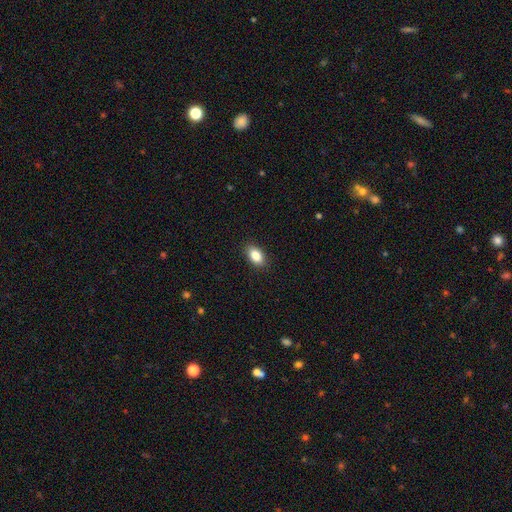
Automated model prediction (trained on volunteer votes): A smooth galaxy with no disk features (87%) that is in between round and cigar-shaped (91%). Merging: none (89%).